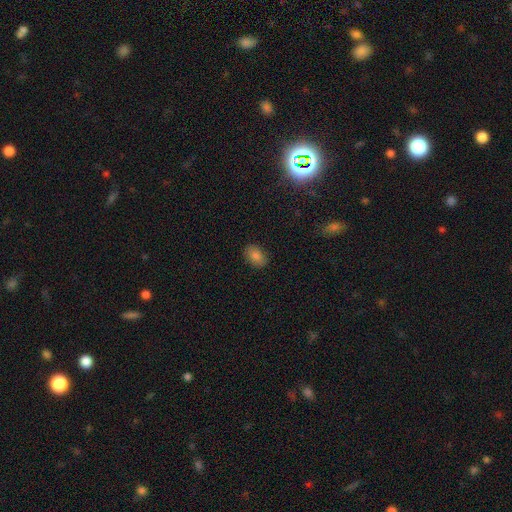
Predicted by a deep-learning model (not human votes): smooth-or-featured: smooth: 80% | star or artifact: 10% | featured or disk: 10%
  how-rounded: in between: 83% | round: 16% | cigar-shaped: 1%
  merging: none: 87% | minor disturbance: 10% | major disturbance: 2% | merger: 1%